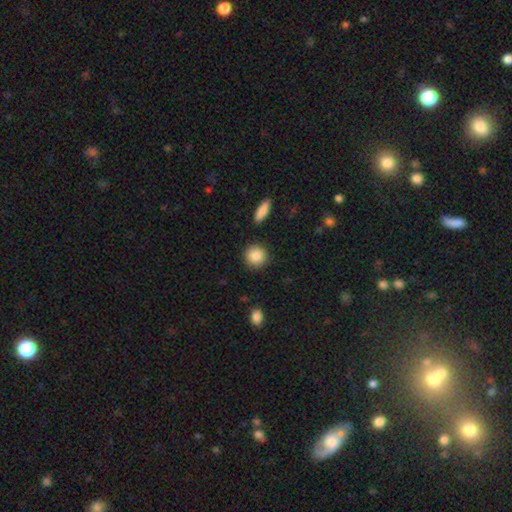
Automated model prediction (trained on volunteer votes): Smooth or featured? smooth (88%)
How rounded? round (90%)
Merging? none (89%)